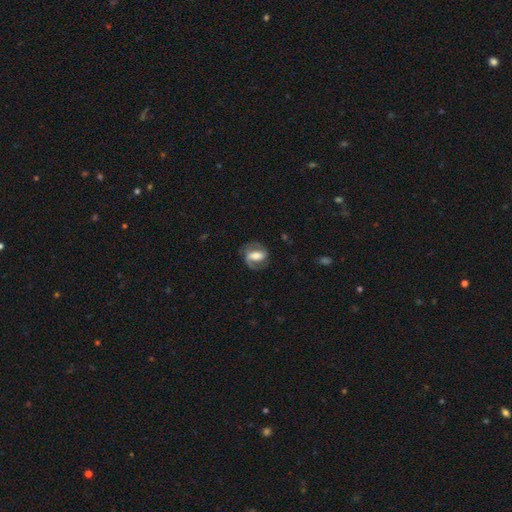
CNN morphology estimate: Smooth or featured?
  - featured or disk: 72% *
  - smooth: 22%
  - star or artifact: 6%
Edge-on disk?
  - no: 96% *
  - yes: 4%
Bar?
  - strong: 46% *
  - weak: 34%
  - no: 19%
Spiral arms?
  - yes: 87% *
  - no: 13%
Spiral winding?
  - medium: 50% *
  - tight: 29%
  - loose: 21%
Spiral arm count?
  - 2: 85% *
  - 1: 6%
  - can't tell: 6%
  - 3: 1%
  - 4: 1%
  - more than 4: 1%
Bulge size?
  - moderate: 45% *
  - large: 31%
  - small: 16%
  - none: 5%
  - dominant: 4%
Merging?
  - none: 73% *
  - minor disturbance: 16%
  - major disturbance: 10%
  - merger: 1%